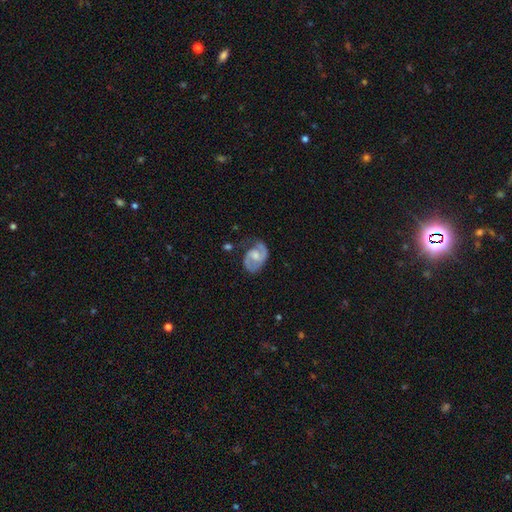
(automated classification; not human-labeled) This is clearly a featured or disk galaxy (82%). It is clearly not viewed edge-on (98%). Bar: possibly no (46%). Spiral arm pattern: clearly yes (95%). Spiral arm count: clearly 2 (85%). Spiral winding: possibly medium (53%). Central bulge: possibly moderate (51%). Merging: likely none (64%).